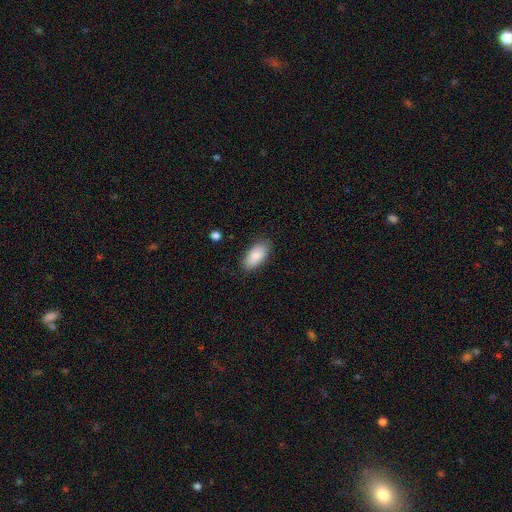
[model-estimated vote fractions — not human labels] smooth-or-featured: smooth: 86% | featured or disk: 7% | star or artifact: 6%
  how-rounded: in between: 93% | cigar-shaped: 5% | round: 2%
  merging: none: 84% | minor disturbance: 12% | major disturbance: 3% | merger: 1%